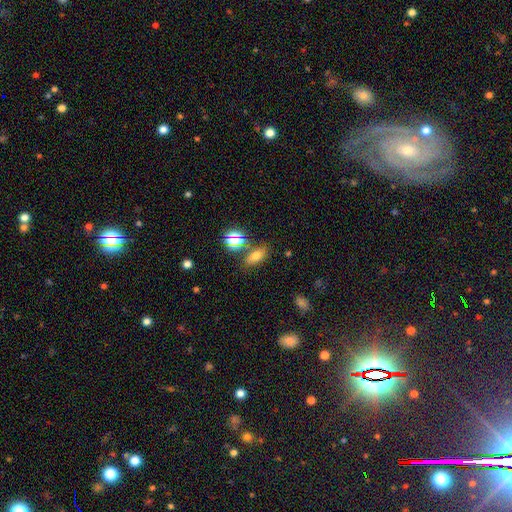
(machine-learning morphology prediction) Smooth or featured: smooth — 64% (star or artifact — 22%)
How rounded: in between — 73% (round — 14%)
Merging: none — 75% (minor disturbance — 12%)